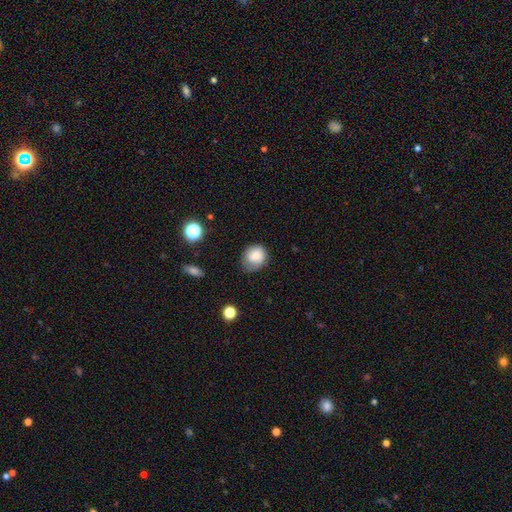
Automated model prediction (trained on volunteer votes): The model was most divided on "merging": none: 55%, minor disturbance: 32%, major disturbance: 11%, merger: 2%. More confident: smooth or featured — smooth (77%); how rounded — round (68%).